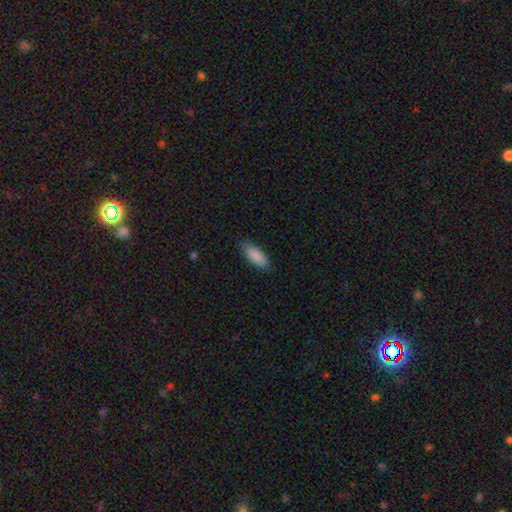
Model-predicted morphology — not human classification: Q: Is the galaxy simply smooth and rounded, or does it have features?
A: smooth — 88%.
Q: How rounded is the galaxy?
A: in between — 80%.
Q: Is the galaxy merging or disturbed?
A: none — 80%.